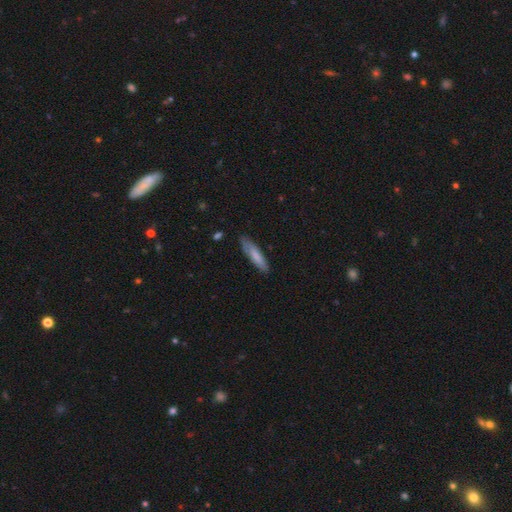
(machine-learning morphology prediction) smooth-or-featured: smooth: 74% | featured or disk: 20% | star or artifact: 6%
  how-rounded: cigar-shaped: 76% | in between: 23% | round: 1%
  merging: none: 77% | minor disturbance: 18% | major disturbance: 3% | merger: 2%